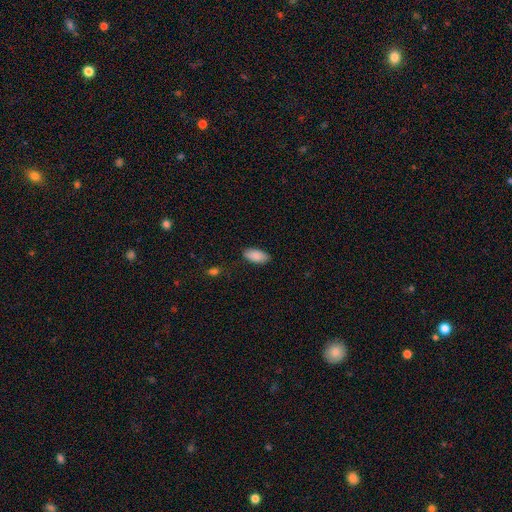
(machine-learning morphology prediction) smooth-or-featured: smooth: 88% | star or artifact: 6% | featured or disk: 5%
  how-rounded: in between: 92% | cigar-shaped: 6% | round: 2%
  merging: none: 86% | minor disturbance: 10% | major disturbance: 2% | merger: 1%